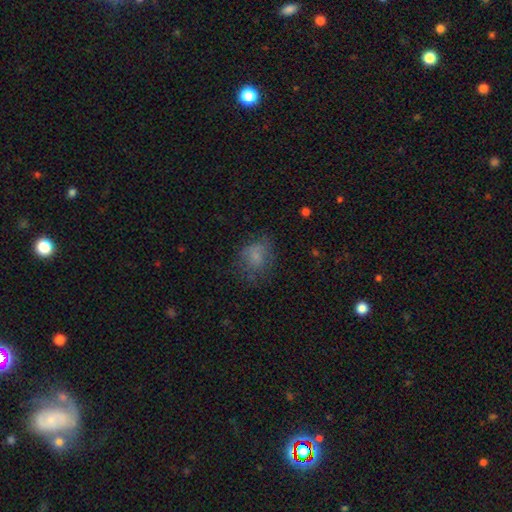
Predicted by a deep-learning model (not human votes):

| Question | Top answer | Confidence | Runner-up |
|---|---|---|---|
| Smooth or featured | smooth | 68% | featured or disk (19%) |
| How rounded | round | 56% | in between (43%) |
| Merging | none | 58% | minor disturbance (23%) |